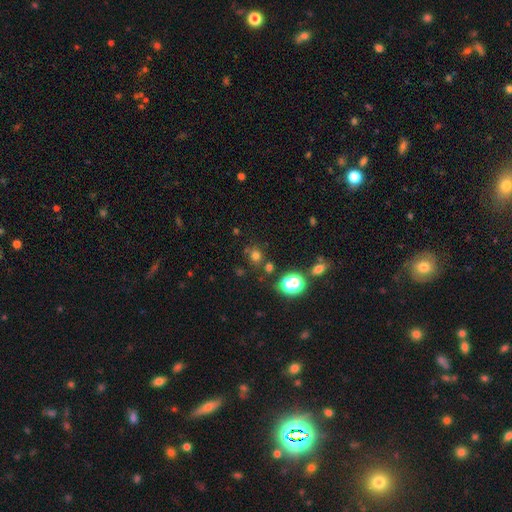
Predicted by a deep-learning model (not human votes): This appears to be a smooth galaxy with no disk features (67%) that is round (82%). Merging: none (76%).